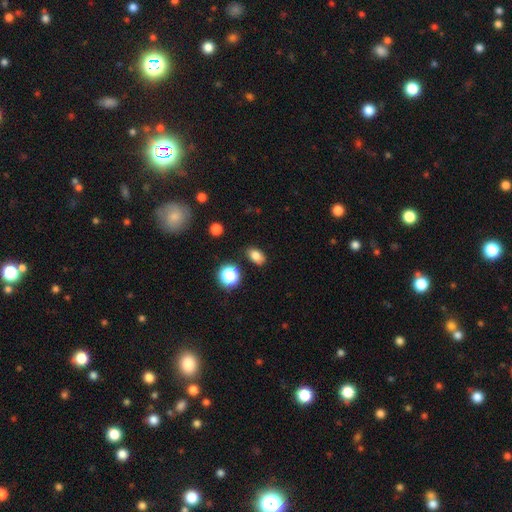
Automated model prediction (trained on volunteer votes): smooth-or-featured: smooth: 80% | star or artifact: 13% | featured or disk: 7%
  how-rounded: in between: 82% | round: 17% | cigar-shaped: 2%
  merging: none: 84% | minor disturbance: 10% | major disturbance: 3% | merger: 2%